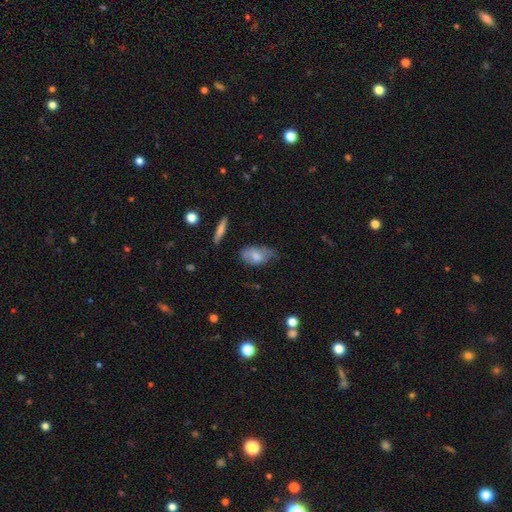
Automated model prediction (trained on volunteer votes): smooth 68%, featured or disk 24%, star or artifact 8%. Down the decision tree: how rounded — in between (89%); merging — minor disturbance (40%).